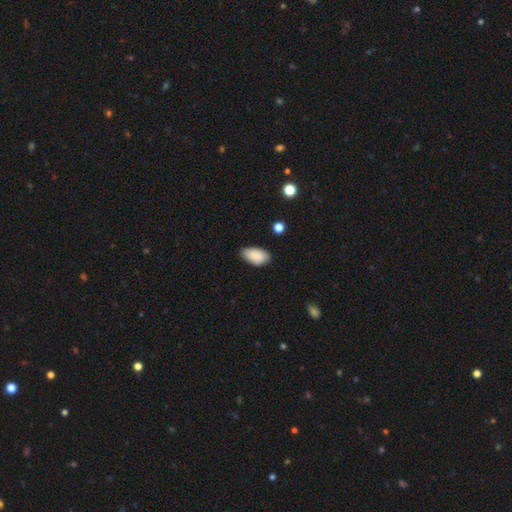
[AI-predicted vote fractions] The model was most divided on "merging": none: 74%, minor disturbance: 21%, major disturbance: 3%, merger: 2%. More confident: how rounded — in between (94%); smooth or featured — smooth (88%).